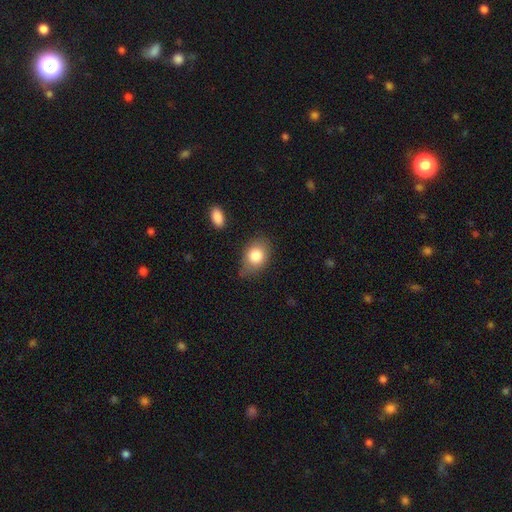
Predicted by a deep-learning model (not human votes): Smooth or featured: smooth — 82% (featured or disk — 9%)
How rounded: in between — 67% (round — 32%)
Merging: none — 63% (minor disturbance — 27%)